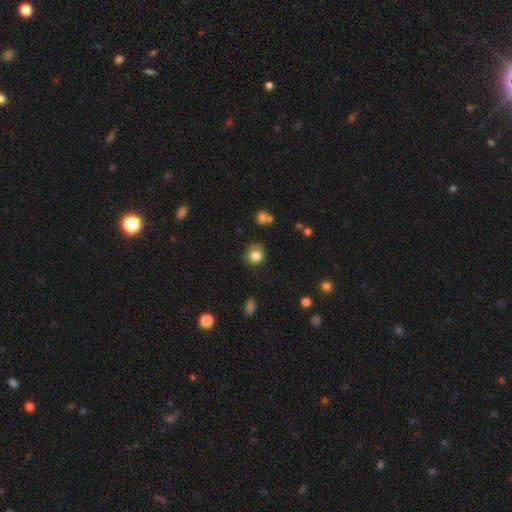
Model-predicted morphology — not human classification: Smooth or featured?
  - smooth: 82% *
  - star or artifact: 11%
  - featured or disk: 8%
How rounded?
  - round: 84% *
  - in between: 15%
  - cigar-shaped: 1%
Merging?
  - none: 73% *
  - minor disturbance: 19%
  - major disturbance: 6%
  - merger: 3%